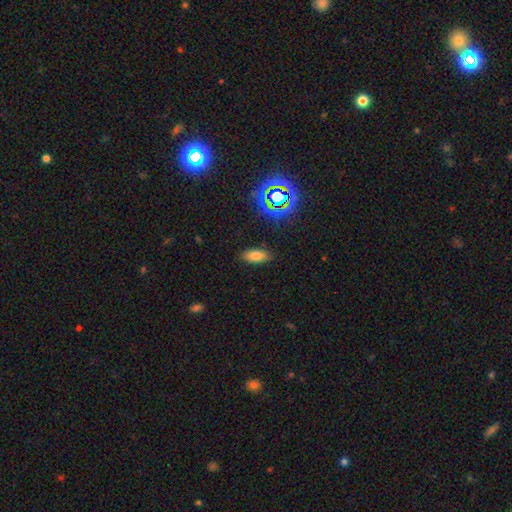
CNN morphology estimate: smooth-or-featured: smooth: 75% | star or artifact: 16% | featured or disk: 9%
  how-rounded: in between: 87% | cigar-shaped: 10% | round: 4%
  merging: none: 87% | minor disturbance: 9% | major disturbance: 3% | merger: 1%